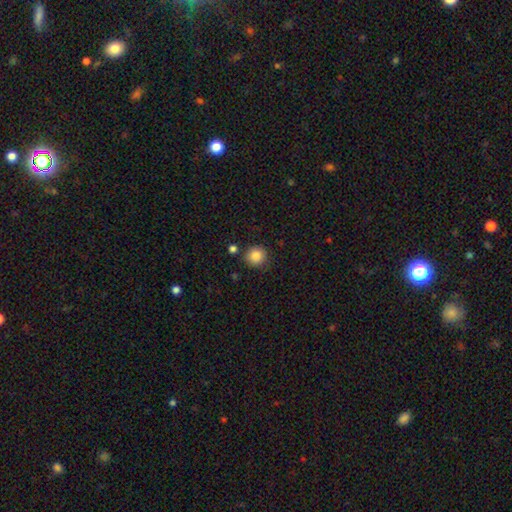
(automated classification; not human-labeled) A smooth galaxy with no disk features (86%) that is round (92%).

Vote fractions:
- Smooth or featured? smooth: 86% / star or artifact: 10% / featured or disk: 4%
- How rounded? round: 92% / in between: 7% / cigar-shaped: 1%
- Merging? none: 84% / minor disturbance: 9% / merger: 5% / major disturbance: 2%